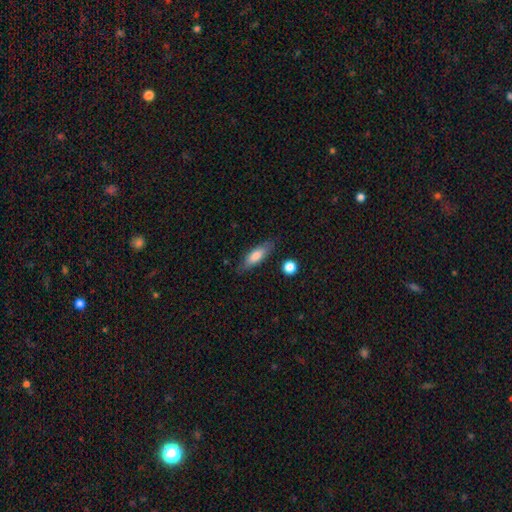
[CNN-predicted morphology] smooth_or_featured: smooth (p=0.75) [alt: featured or disk p=0.18]
how_rounded: in between (p=0.54) [alt: cigar-shaped p=0.44]
merging: none (p=0.81) [alt: minor disturbance p=0.14]